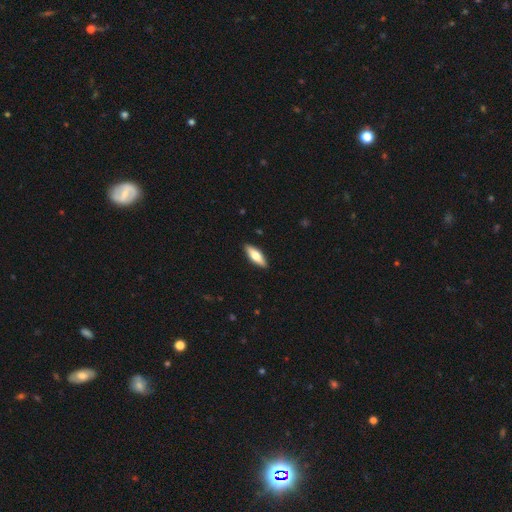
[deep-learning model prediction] smooth 64%, featured or disk 30%, star or artifact 5%. Down the decision tree: how rounded — in between (55%); merging — none (90%).